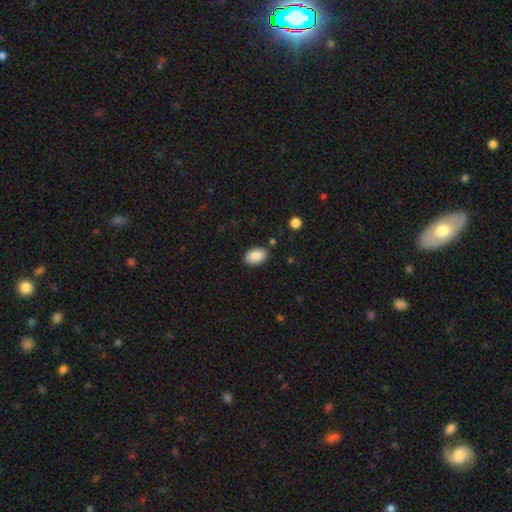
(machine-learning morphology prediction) Smooth or featured?
  - smooth: 88% *
  - star or artifact: 7%
  - featured or disk: 5%
How rounded?
  - in between: 92% *
  - round: 7%
  - cigar-shaped: 1%
Merging?
  - none: 84% *
  - minor disturbance: 11%
  - major disturbance: 3%
  - merger: 2%